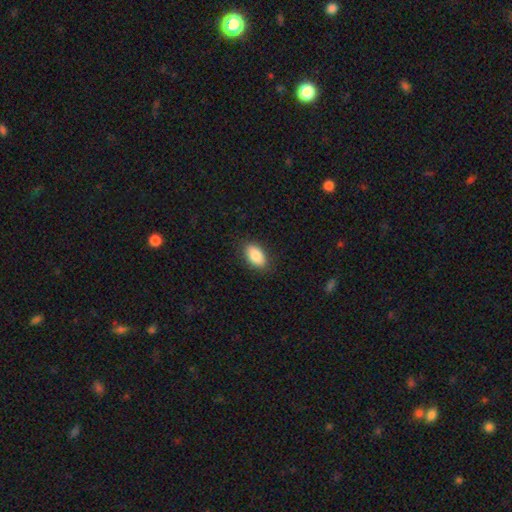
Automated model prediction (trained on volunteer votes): A smooth galaxy with no disk features (85%) that is in between round and cigar-shaped (92%).

Vote fractions:
- Smooth or featured? smooth: 85% / featured or disk: 8% / star or artifact: 7%
- How rounded? in between: 92% / round: 6% / cigar-shaped: 2%
- Merging? none: 86% / minor disturbance: 11% / major disturbance: 3% / merger: 1%